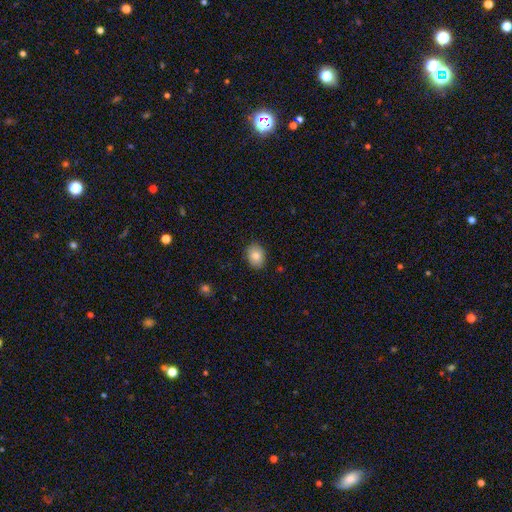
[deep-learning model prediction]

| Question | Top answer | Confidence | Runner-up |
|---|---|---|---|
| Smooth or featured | smooth | 83% | featured or disk (9%) |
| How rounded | in between | 65% | round (34%) |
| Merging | none | 88% | minor disturbance (9%) |